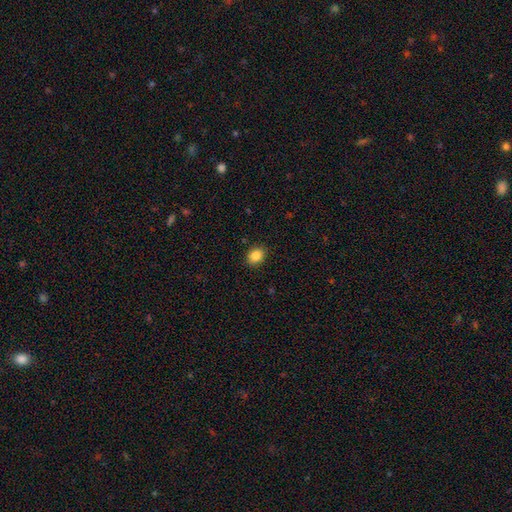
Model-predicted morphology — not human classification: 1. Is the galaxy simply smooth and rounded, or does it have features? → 86% smooth, 10% star or artifact, 4% featured or disk.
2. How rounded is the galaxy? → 52% round, 47% in between, 1% cigar-shaped.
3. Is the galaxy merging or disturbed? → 89% none, 8% minor disturbance, 2% major disturbance, 1% merger.